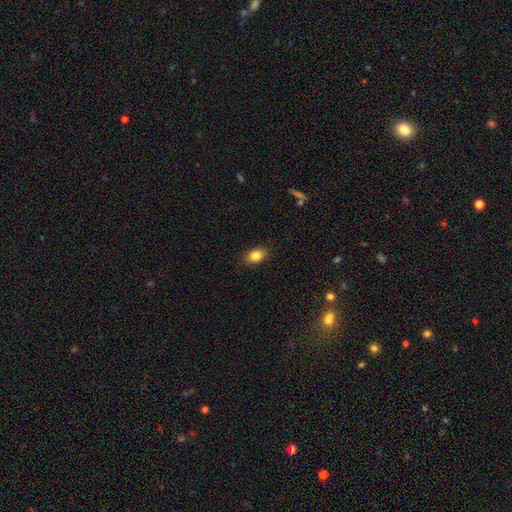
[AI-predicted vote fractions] This appears to be a smooth galaxy with no disk features (85%) that is in between round and cigar-shaped (84%). Merging: none (86%).